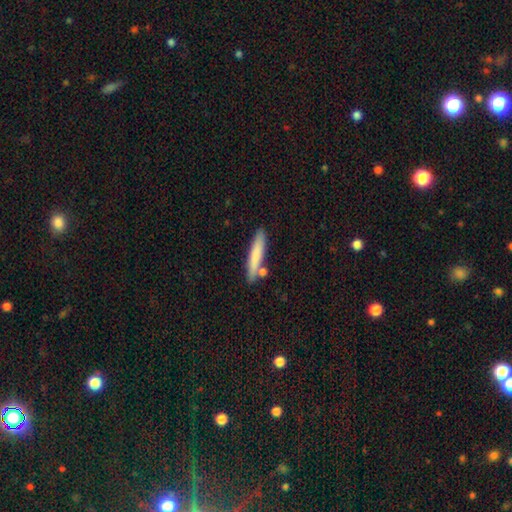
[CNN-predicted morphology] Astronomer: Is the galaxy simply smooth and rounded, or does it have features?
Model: smooth — 76%.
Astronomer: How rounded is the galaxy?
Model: cigar-shaped — 89%.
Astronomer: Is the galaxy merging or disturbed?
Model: none — 77%.